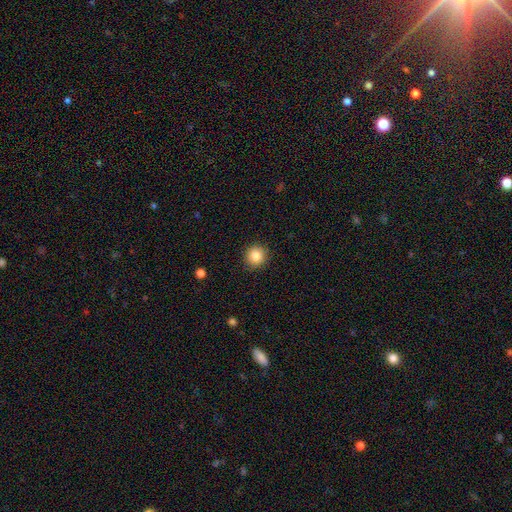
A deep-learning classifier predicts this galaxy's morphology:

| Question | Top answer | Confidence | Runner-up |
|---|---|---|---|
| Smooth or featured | smooth | 85% | star or artifact (10%) |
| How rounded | round | 90% | in between (9%) |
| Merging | none | 90% | minor disturbance (7%) |